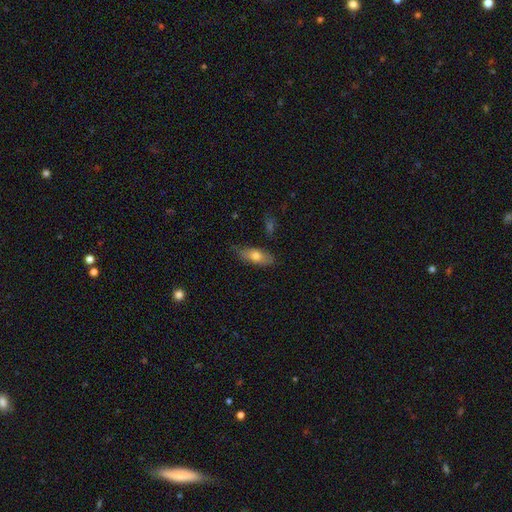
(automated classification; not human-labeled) This appears to be a smooth galaxy with no disk features (71%) that is in between round and cigar-shaped (77%). Merging: none (71%).